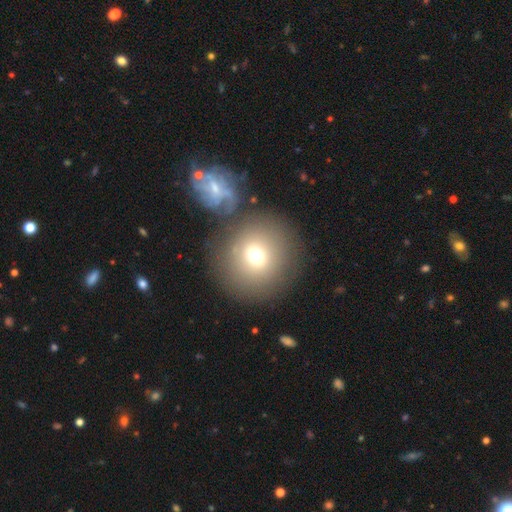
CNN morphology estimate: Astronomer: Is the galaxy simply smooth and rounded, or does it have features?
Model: smooth — 68%.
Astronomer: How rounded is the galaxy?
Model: round — 87%.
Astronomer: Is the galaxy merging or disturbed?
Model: none — 71%.